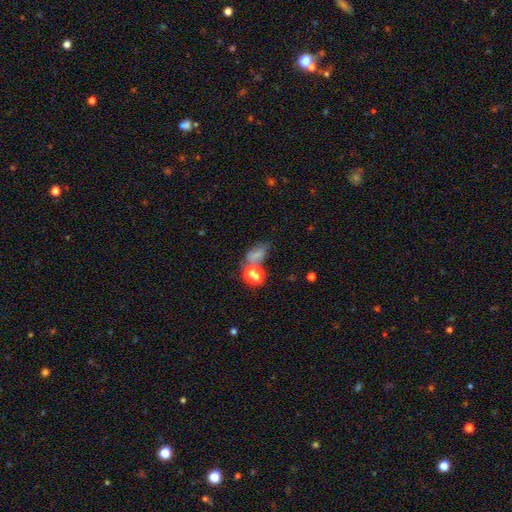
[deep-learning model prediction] The model was most divided on "merging": merger: 32%, none: 30%, major disturbance: 21%, minor disturbance: 16%. More confident: how rounded — in between (69%); smooth or featured — smooth (58%).